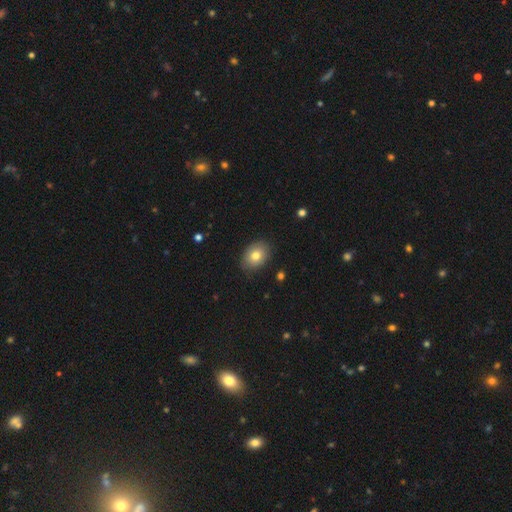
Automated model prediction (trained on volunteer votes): Smooth or featured? smooth (78%)
How rounded? in between (70%)
Merging? none (82%)